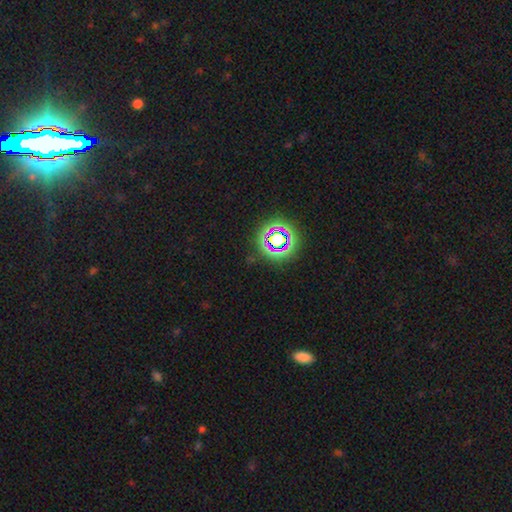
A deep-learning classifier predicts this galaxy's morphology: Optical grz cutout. It shows a star or artifact, not a galaxy (70%).